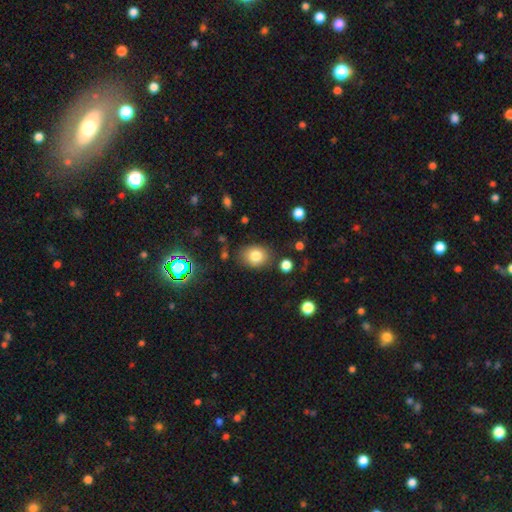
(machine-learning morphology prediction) Q: Smooth or featured?
A: smooth (79%); runner-up: star or artifact (12%)
Q: How rounded?
A: in between (51%); runner-up: round (48%)
Q: Merging?
A: none (79%); runner-up: minor disturbance (13%)